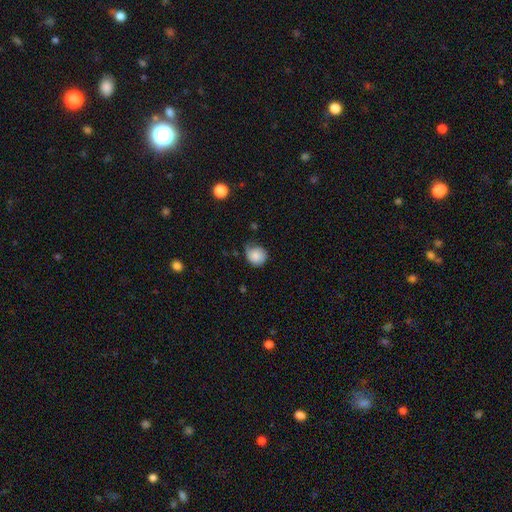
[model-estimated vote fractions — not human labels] This is likely a smooth galaxy (79%). How rounded: clearly round (81%). Merging: possibly none (46%).